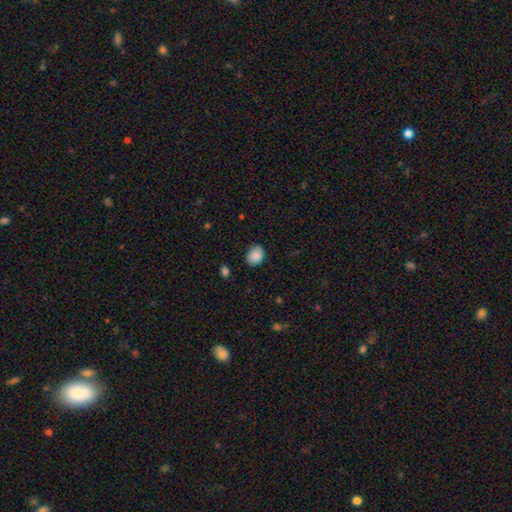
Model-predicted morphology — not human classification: A smooth galaxy with no disk features (87%) that is round (50%).

Vote fractions:
- Smooth or featured? smooth: 87% / star or artifact: 8% / featured or disk: 5%
- How rounded? round: 50% / in between: 49% / cigar-shaped: 1%
- Merging? none: 72% / minor disturbance: 23% / major disturbance: 4% / merger: 1%